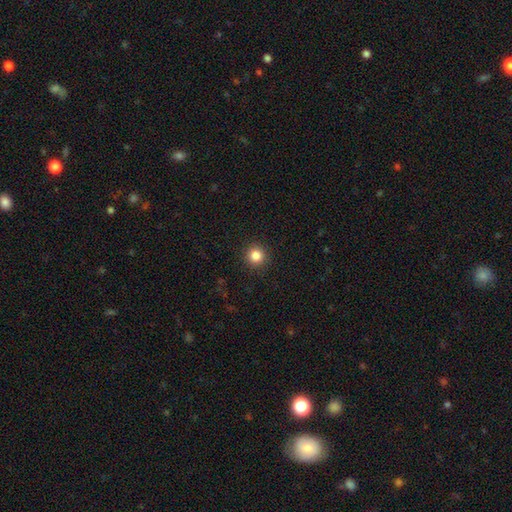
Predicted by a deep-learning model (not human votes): Smooth or featured: smooth — 84% (star or artifact — 12%)
How rounded: round — 95% (in between — 4%)
Merging: none — 92% (minor disturbance — 5%)